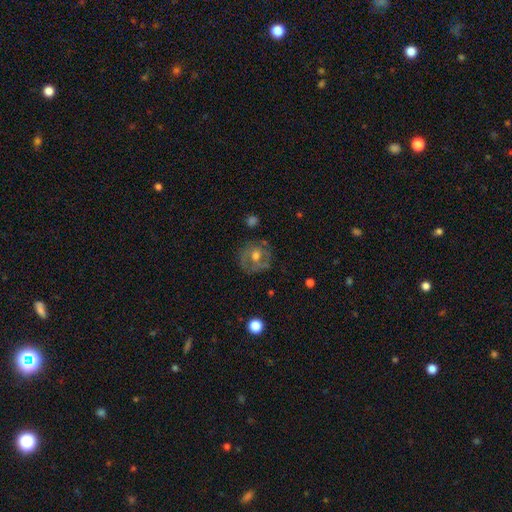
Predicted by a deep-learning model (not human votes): Smooth or featured? Predicted: featured or disk (p=0.55). Edge-on disk? Predicted: no (p=0.96). Bar? Predicted: no (p=0.68). Spiral arms? Predicted: no (p=0.54). Bulge size? Predicted: moderate (p=0.70). Merging? Predicted: none (p=0.69).